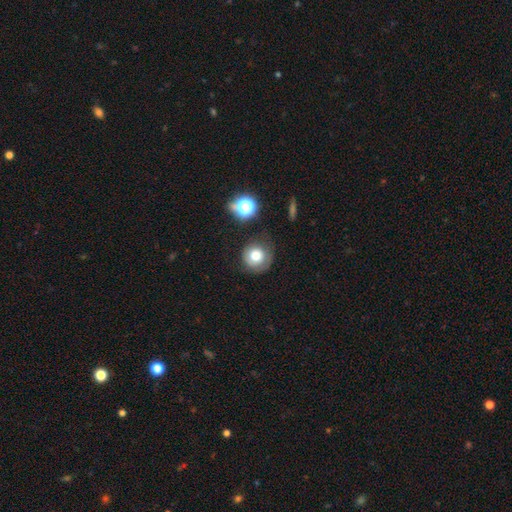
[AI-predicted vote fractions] Smooth or featured?
  - smooth: 72% *
  - featured or disk: 16%
  - star or artifact: 12%
How rounded?
  - round: 92% *
  - in between: 7%
  - cigar-shaped: 1%
Merging?
  - none: 72% *
  - minor disturbance: 18%
  - major disturbance: 7%
  - merger: 3%